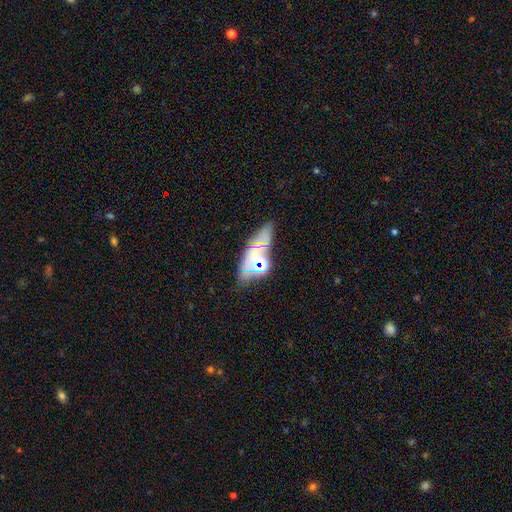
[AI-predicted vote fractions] A smooth galaxy with no disk features (43%). Merging: none (66%).